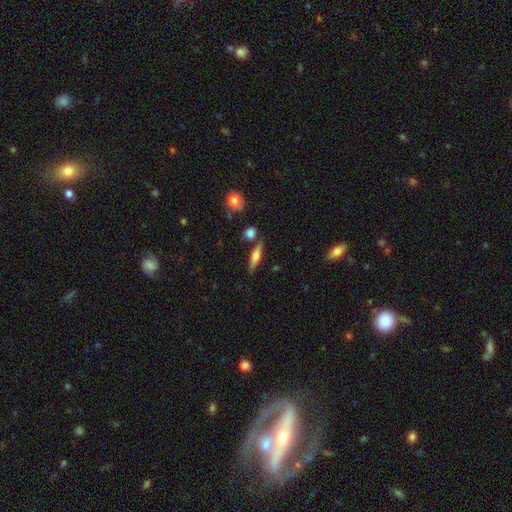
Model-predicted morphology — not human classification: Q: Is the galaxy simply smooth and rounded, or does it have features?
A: smooth — 54%.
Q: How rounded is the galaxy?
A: cigar-shaped — 69%.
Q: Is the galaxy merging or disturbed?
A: none — 78%.